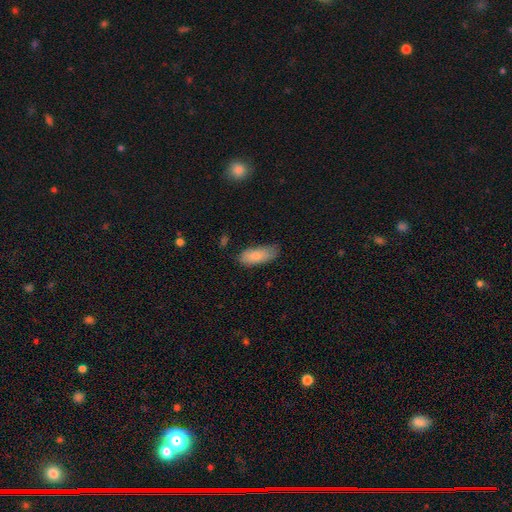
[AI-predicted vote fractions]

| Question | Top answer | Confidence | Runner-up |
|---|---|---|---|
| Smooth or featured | smooth | 85% | featured or disk (9%) |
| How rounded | in between | 80% | cigar-shaped (18%) |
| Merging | none | 65% | minor disturbance (27%) |